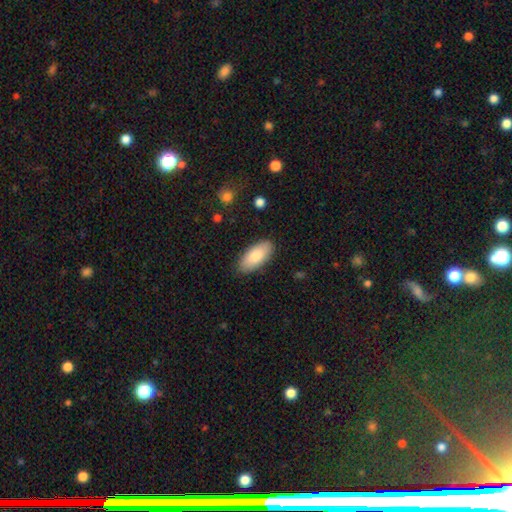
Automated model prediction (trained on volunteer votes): smooth_or_featured: smooth (p=0.81) [alt: featured or disk p=0.13]
how_rounded: in between (p=0.91) [alt: cigar-shaped p=0.07]
merging: none (p=0.87) [alt: minor disturbance p=0.10]